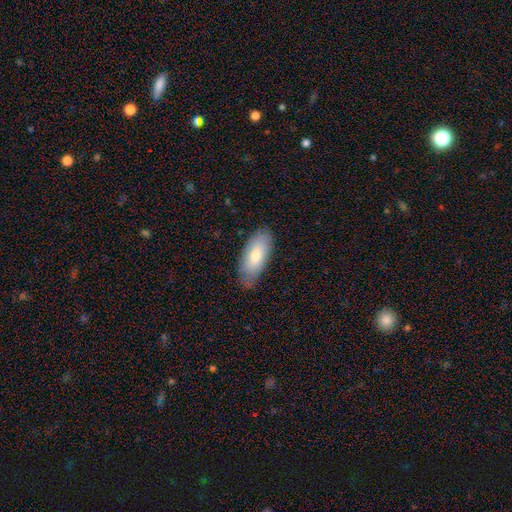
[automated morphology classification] smooth-or-featured: smooth: 74% | featured or disk: 19% | star or artifact: 6%
  how-rounded: in between: 87% | cigar-shaped: 11% | round: 2%
  merging: none: 77% | minor disturbance: 19% | major disturbance: 4% | merger: 1%